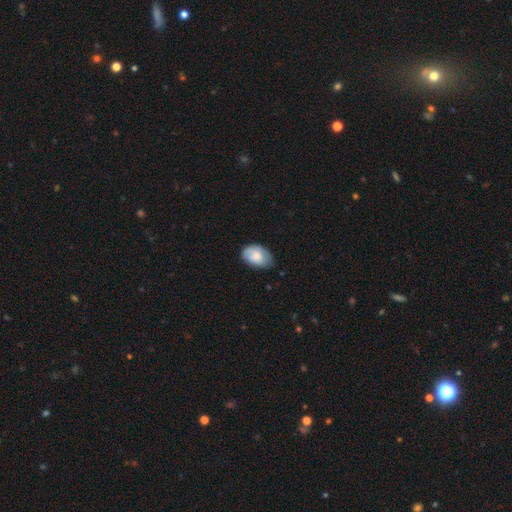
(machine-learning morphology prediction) smooth 74%, featured or disk 20%, star or artifact 6%. Down the decision tree: how rounded — in between (89%); merging — none (63%).